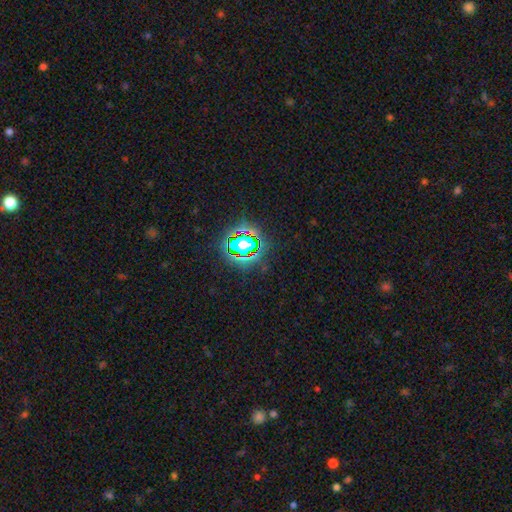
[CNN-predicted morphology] The model was most divided on "smooth or featured": star or artifact: 81%, smooth: 12%, featured or disk: 7%.